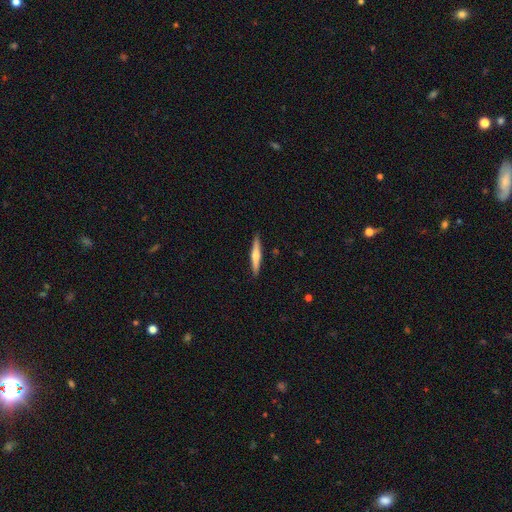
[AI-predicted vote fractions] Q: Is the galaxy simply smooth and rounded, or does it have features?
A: featured or disk — 51%.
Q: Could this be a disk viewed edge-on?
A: yes — 97%.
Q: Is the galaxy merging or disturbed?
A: none — 91%.